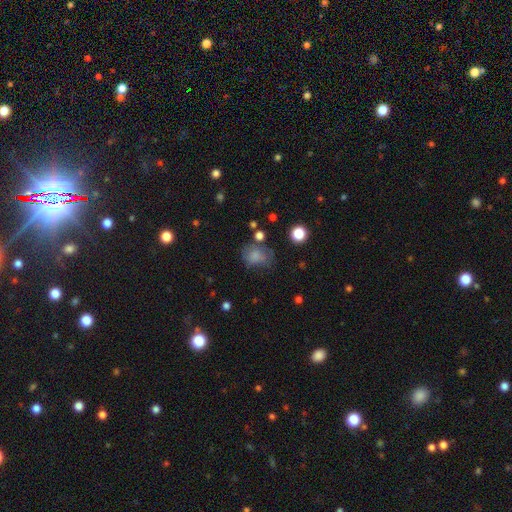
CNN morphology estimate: Smooth or featured? Predicted: smooth (p=0.73). How rounded? Predicted: in between (p=0.53). Merging? Predicted: none (p=0.46).